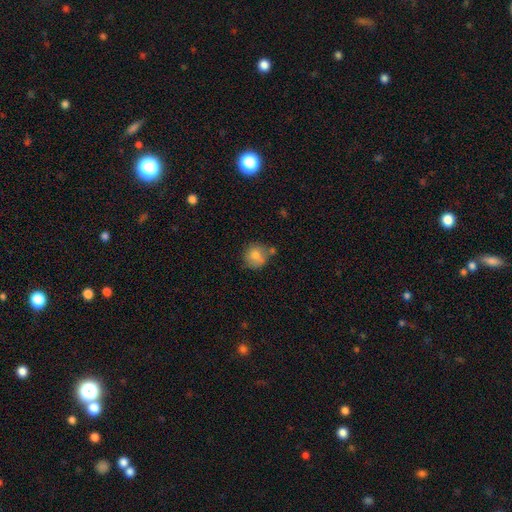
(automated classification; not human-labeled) smooth 76%, featured or disk 16%, star or artifact 9%. Down the decision tree: how rounded — round (82%); merging — none (57%).